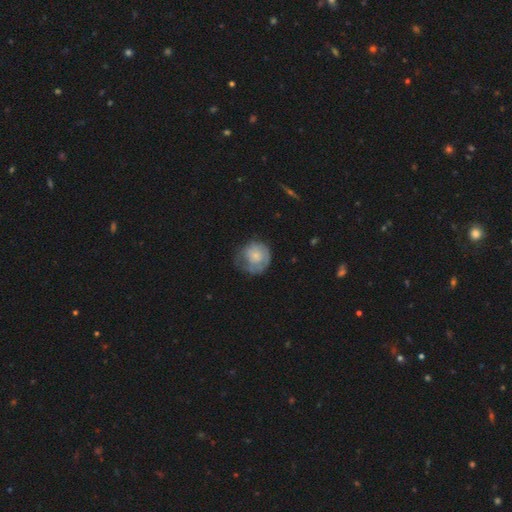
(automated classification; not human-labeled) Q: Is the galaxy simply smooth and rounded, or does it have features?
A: smooth — 58%.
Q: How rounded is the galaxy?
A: round — 83%.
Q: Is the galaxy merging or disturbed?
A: none — 46%.